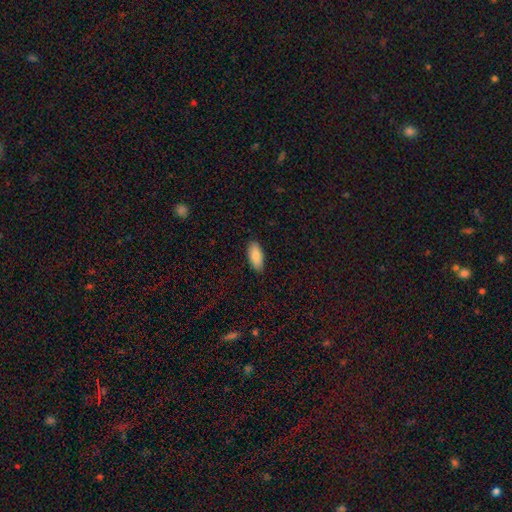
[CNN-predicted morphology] Smooth or featured? smooth (88%)
How rounded? in between (89%)
Merging? none (88%)